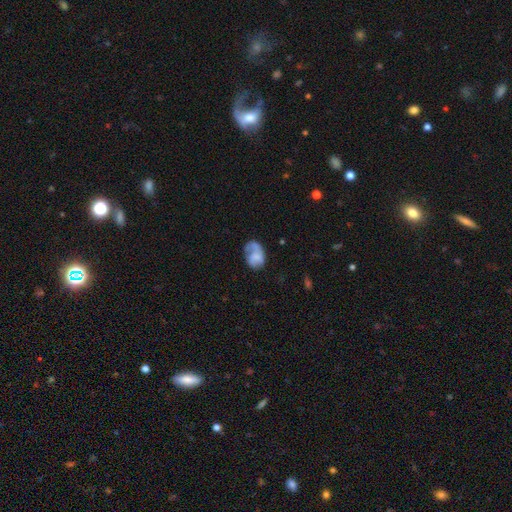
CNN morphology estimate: Smooth or featured? Predicted: smooth (p=0.52). How rounded? Predicted: in between (p=0.75). Merging? Predicted: none (p=0.34).